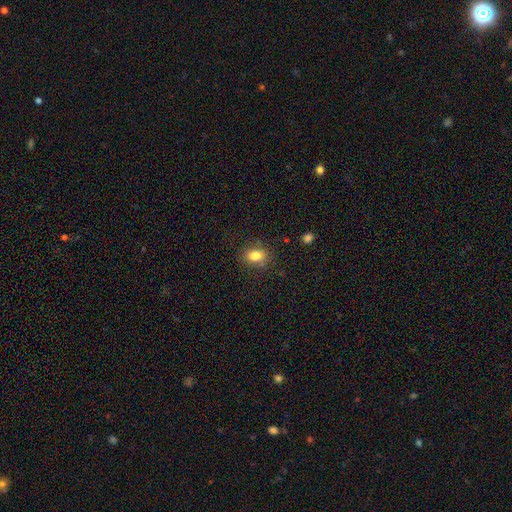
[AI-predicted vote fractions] smooth-or-featured: smooth: 81% | star or artifact: 10% | featured or disk: 9%
  how-rounded: in between: 72% | round: 27% | cigar-shaped: 2%
  merging: none: 82% | minor disturbance: 12% | major disturbance: 4% | merger: 2%